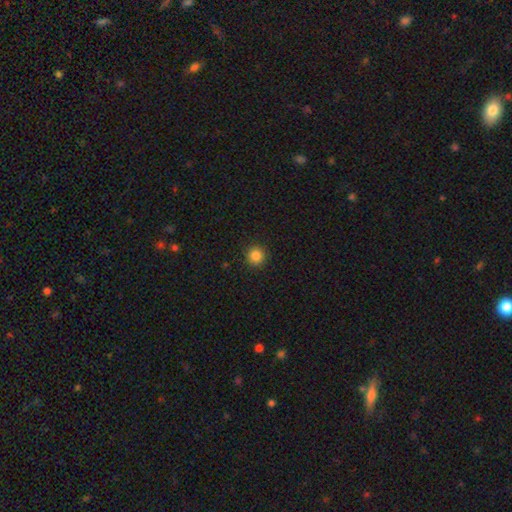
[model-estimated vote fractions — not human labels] The model was most divided on "smooth or featured": smooth: 85%, star or artifact: 11%, featured or disk: 4%. More confident: how rounded — round (95%); merging — none (92%).